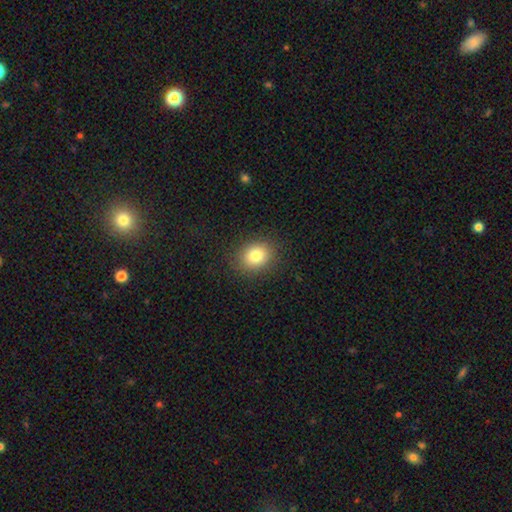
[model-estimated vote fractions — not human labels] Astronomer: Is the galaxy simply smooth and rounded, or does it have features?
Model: smooth — 82%.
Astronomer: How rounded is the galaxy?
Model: round — 59% (runner-up: in between, 40%).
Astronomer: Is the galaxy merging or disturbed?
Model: none — 88%.